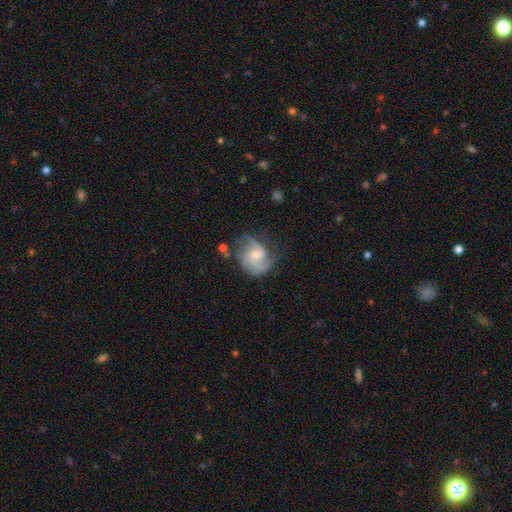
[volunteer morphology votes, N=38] Overall: featured or disk (76%). Edge-on disk: no (100%). Bar: no (69%; weak 31%). Spiral arms: yes (97%). Spiral arm count: 2 (64%). Spiral winding: medium (61%; tight 32%). Bulge size: moderate (59%; small 31%). Merging: none (45%; minor disturbance 32%).